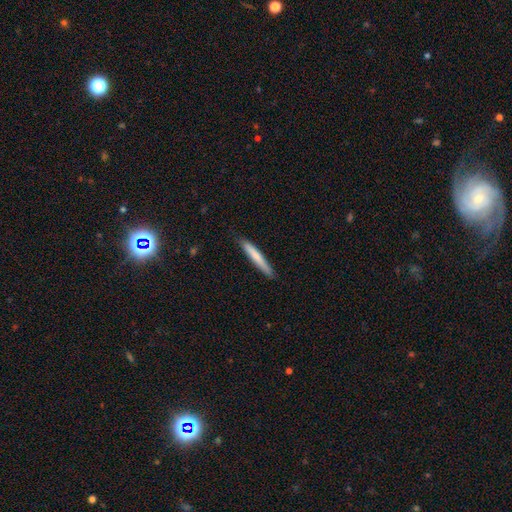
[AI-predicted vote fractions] This appears to be a smooth galaxy with no disk features (72%) that is cigar-shaped (96%). Merging: none (87%).